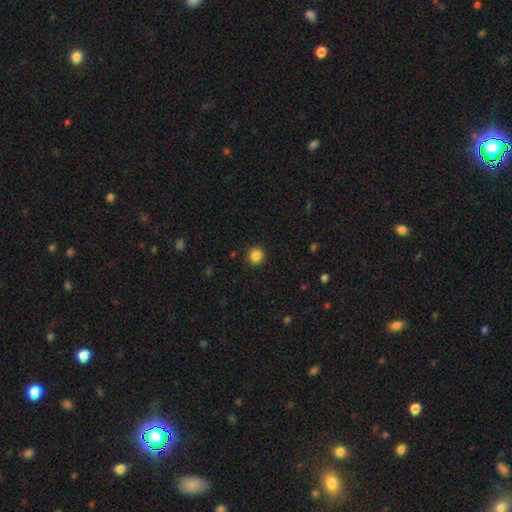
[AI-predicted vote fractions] smooth-or-featured: smooth: 86% | star or artifact: 11% | featured or disk: 3%
  how-rounded: round: 93% | in between: 6% | cigar-shaped: 1%
  merging: none: 91% | minor disturbance: 6% | major disturbance: 2% | merger: 1%